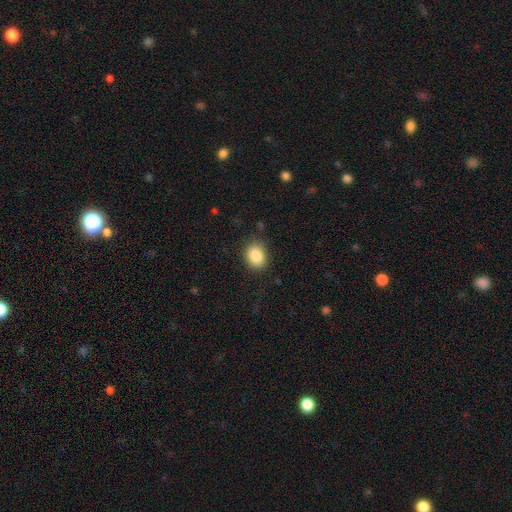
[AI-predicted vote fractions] smooth 87%, star or artifact 8%, featured or disk 5%. Down the decision tree: how rounded — in between (51%); merging — none (84%).